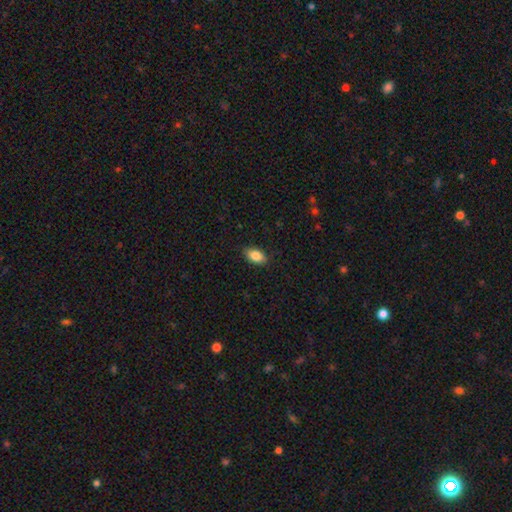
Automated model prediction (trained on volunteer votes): Smooth or featured? smooth (86%)
How rounded? in between (91%)
Merging? none (87%)